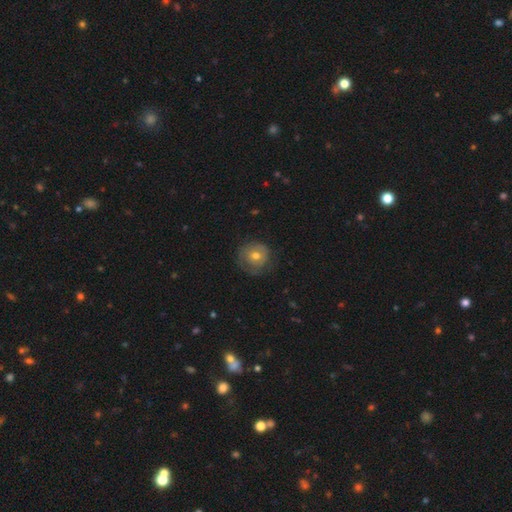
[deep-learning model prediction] Morphology: type=smooth (57%); roundness=round (87%); merging=none (64%).